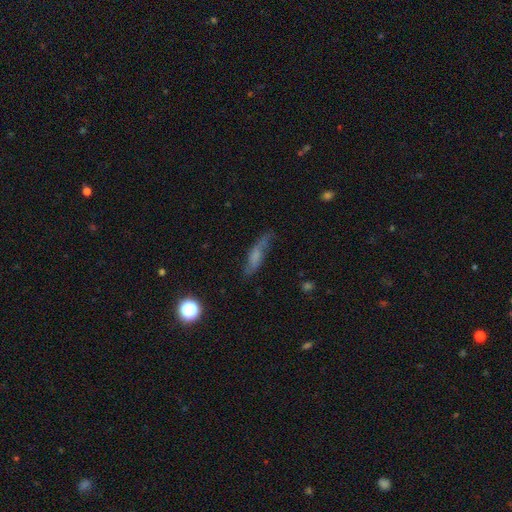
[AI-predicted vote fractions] Smooth or featured: smooth — 44% (featured or disk — 43%)
Merging: none — 66% (minor disturbance — 23%)